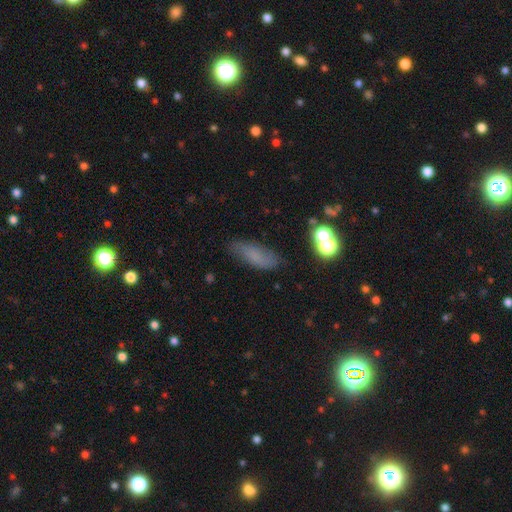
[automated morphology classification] Smooth or featured?
  - smooth: 64% *
  - featured or disk: 22%
  - star or artifact: 15%
How rounded?
  - in between: 63% *
  - cigar-shaped: 32%
  - round: 4%
Merging?
  - none: 74% *
  - minor disturbance: 18%
  - major disturbance: 6%
  - merger: 3%